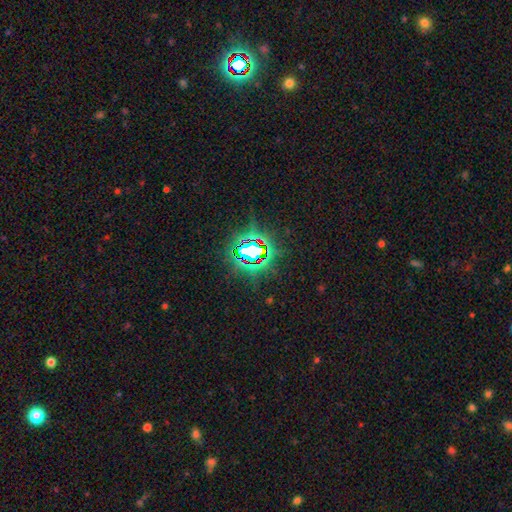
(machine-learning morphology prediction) A star or artifact, not a galaxy (80%).

Vote fractions:
- Smooth or featured? star or artifact: 80% / smooth: 11% / featured or disk: 9%